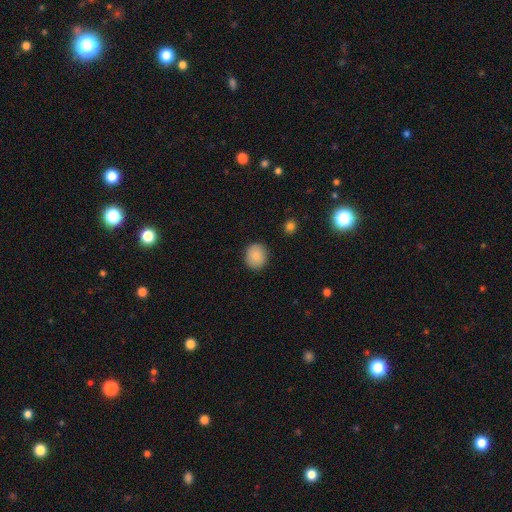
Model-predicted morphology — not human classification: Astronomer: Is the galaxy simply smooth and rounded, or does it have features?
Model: smooth — 87%.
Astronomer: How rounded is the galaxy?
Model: round — 78%.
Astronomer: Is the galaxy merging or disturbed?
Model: none — 89%.